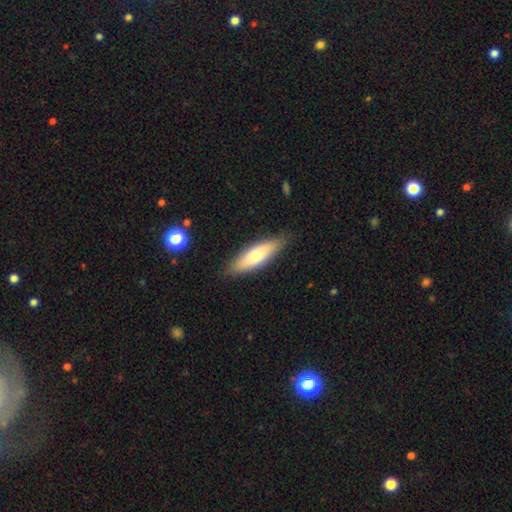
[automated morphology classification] smooth_or_featured: smooth (p=0.69) [alt: featured or disk p=0.25]
how_rounded: cigar-shaped (p=0.53) [alt: in between p=0.45]
merging: none (p=0.85) [alt: minor disturbance p=0.12]